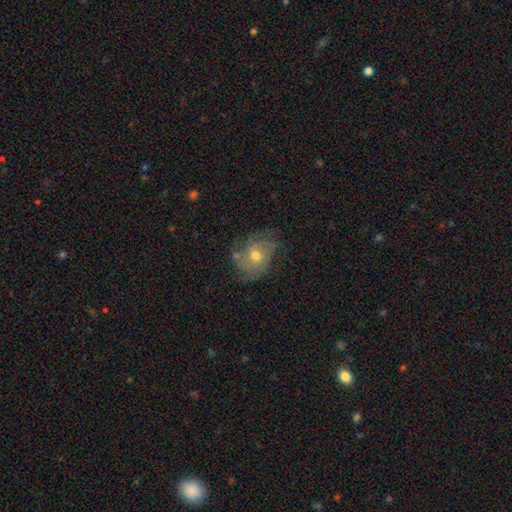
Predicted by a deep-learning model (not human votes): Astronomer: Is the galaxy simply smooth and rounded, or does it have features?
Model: featured or disk — 62%.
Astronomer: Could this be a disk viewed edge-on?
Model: no — 96%.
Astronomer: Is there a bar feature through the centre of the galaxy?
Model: no — 80%.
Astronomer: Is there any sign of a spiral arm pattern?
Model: yes — 81%.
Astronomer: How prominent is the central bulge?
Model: moderate — 67%.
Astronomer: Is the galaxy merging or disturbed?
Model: none — 62%.